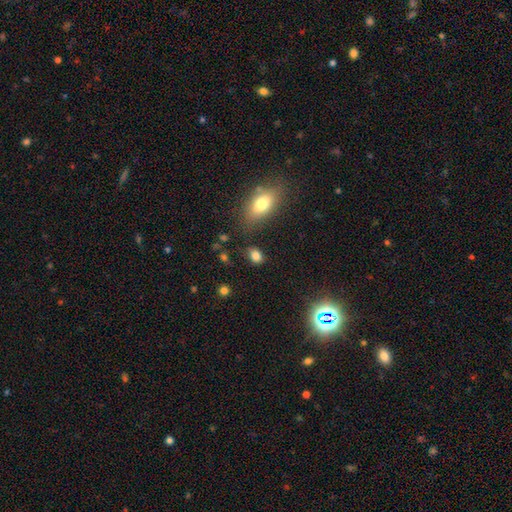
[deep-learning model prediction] This is clearly a smooth galaxy (83%). How rounded: likely in between (77%). Merging: likely none (73%).